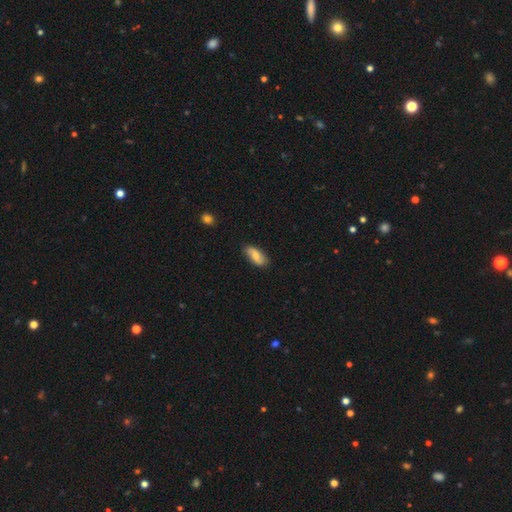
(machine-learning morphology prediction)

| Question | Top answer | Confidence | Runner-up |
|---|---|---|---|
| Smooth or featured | smooth | 65% | featured or disk (28%) |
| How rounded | in between | 87% | cigar-shaped (10%) |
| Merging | none | 82% | minor disturbance (15%) |